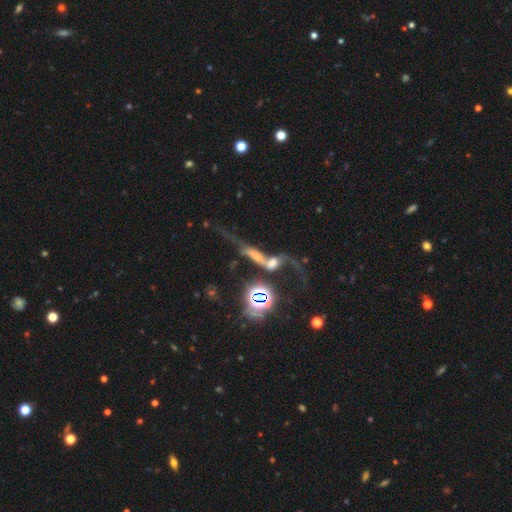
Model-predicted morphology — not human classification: This appears to be a featured or disk galaxy (52%). Merging: merger (64%).